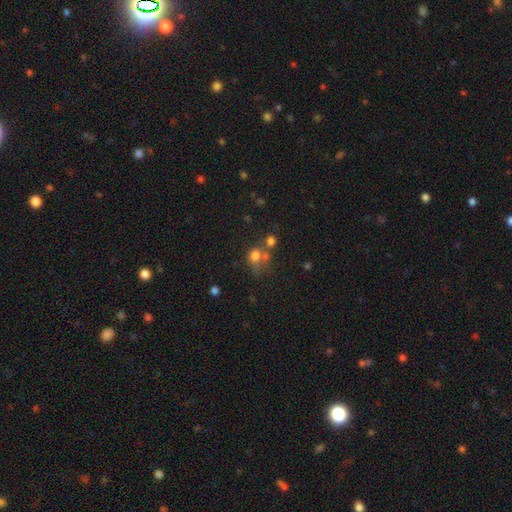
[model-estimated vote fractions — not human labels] Morphology: type=smooth (70%); roundness=round (66%); merging=merger (41%).